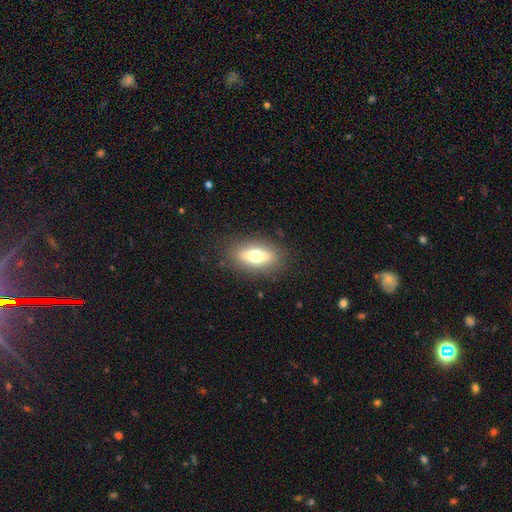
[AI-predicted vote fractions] Smooth or featured: smooth — 52% (featured or disk — 40%)
How rounded: in between — 70% (cigar-shaped — 23%)
Merging: none — 86% (minor disturbance — 9%)